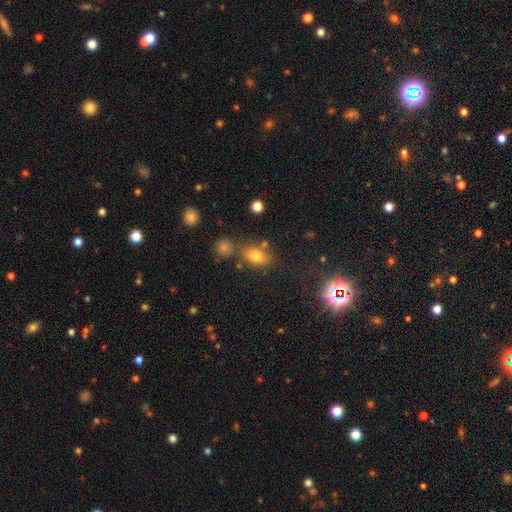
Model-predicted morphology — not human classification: smooth 75%, star or artifact 14%, featured or disk 11%. Down the decision tree: how rounded — in between (74%); merging — none (66%).